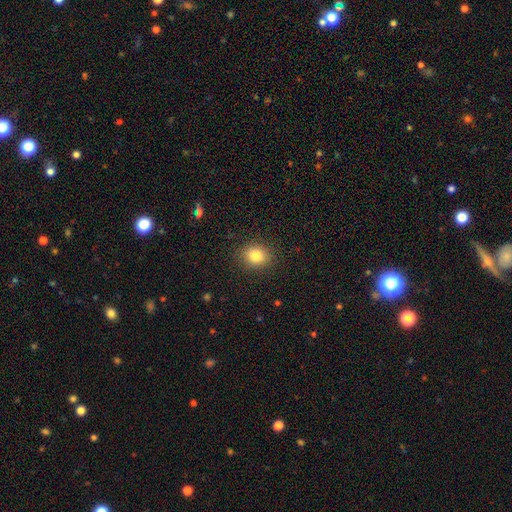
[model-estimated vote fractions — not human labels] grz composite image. It shows a smooth galaxy with no disk features (82%) that is round (65%). Merging: none (89%).